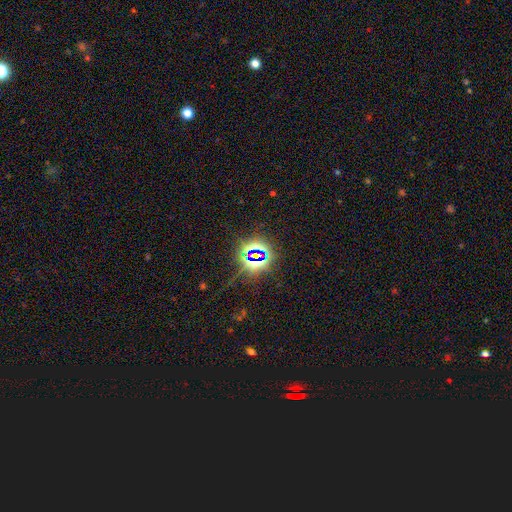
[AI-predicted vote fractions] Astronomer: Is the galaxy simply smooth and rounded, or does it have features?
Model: star or artifact — 80%.